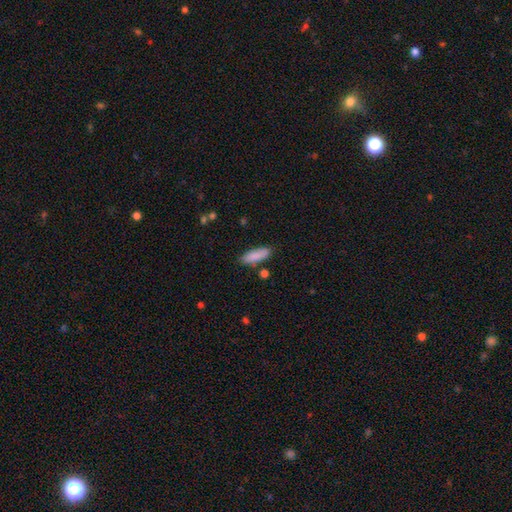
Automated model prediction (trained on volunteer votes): smooth 87%, featured or disk 7%, star or artifact 6%. Down the decision tree: how rounded — in between (57%); merging — none (80%).